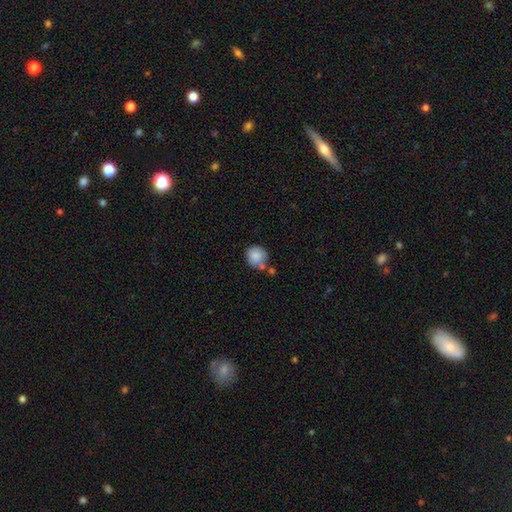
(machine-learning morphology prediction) Smooth or featured?
  - smooth: 85% *
  - star or artifact: 8%
  - featured or disk: 7%
How rounded?
  - round: 87% *
  - in between: 12%
  - cigar-shaped: 1%
Merging?
  - none: 61% *
  - merger: 18%
  - minor disturbance: 16%
  - major disturbance: 4%